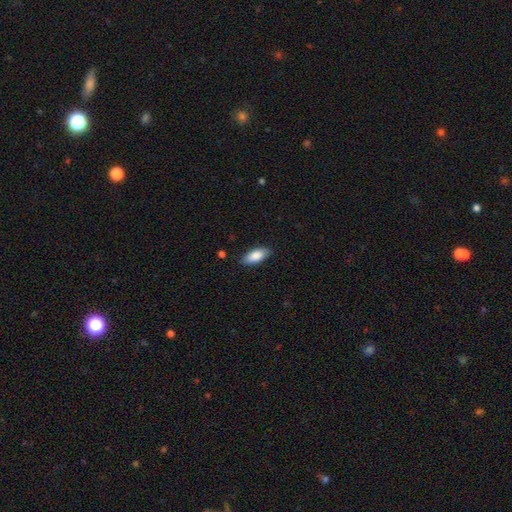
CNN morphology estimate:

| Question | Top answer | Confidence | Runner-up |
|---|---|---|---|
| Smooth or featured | smooth | 86% | featured or disk (8%) |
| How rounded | in between | 86% | cigar-shaped (12%) |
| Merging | none | 85% | minor disturbance (11%) |